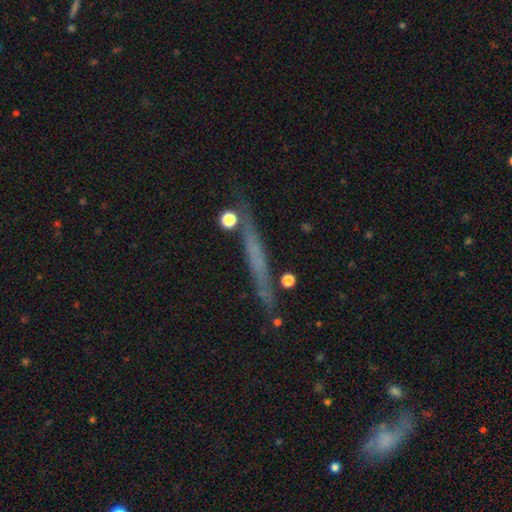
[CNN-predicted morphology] Q: Smooth or featured?
A: featured or disk (48%); runner-up: smooth (39%)
Q: Merging?
A: none (81%); runner-up: minor disturbance (12%)